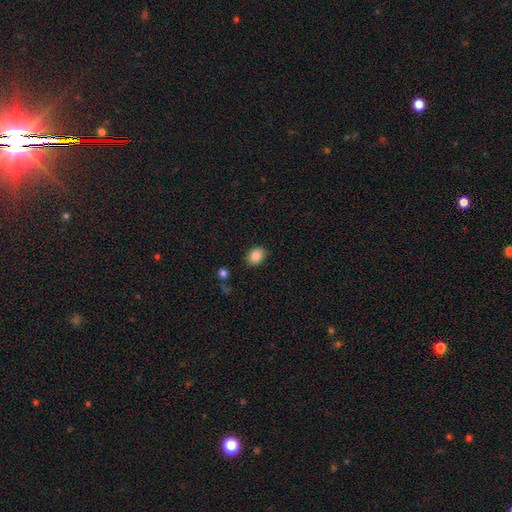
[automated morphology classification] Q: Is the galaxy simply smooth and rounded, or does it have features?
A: smooth — 86%.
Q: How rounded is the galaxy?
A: in between — 59%.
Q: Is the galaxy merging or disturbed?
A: none — 87%.